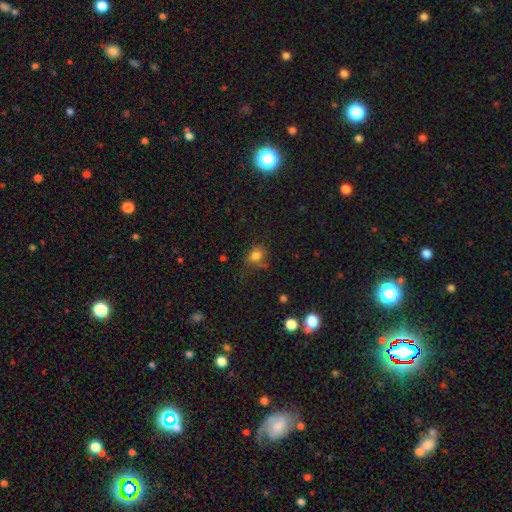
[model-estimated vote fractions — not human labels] Smooth or featured? Predicted: smooth (p=0.78). How rounded? Predicted: round (p=0.61). Merging? Predicted: none (p=0.60).